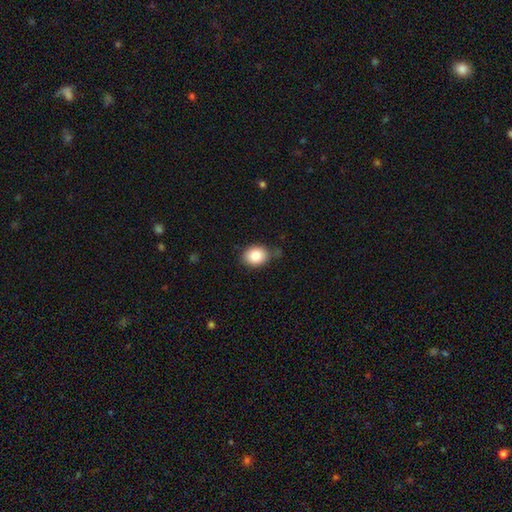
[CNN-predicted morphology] Smooth or featured: smooth — 85% (star or artifact — 8%)
How rounded: in between — 52% (round — 47%)
Merging: none — 73% (minor disturbance — 20%)